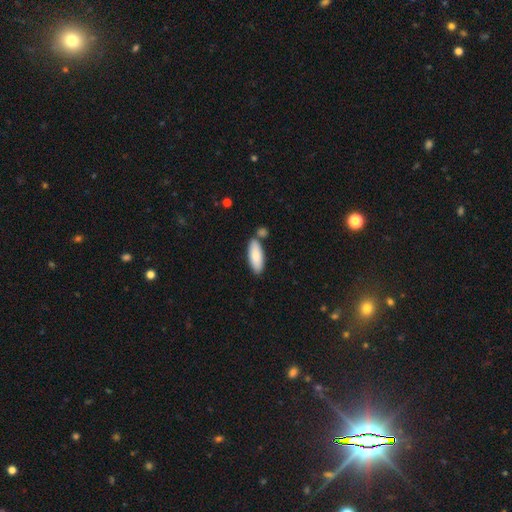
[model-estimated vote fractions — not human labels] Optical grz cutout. It shows a smooth galaxy with no disk features (86%) that is in between round and cigar-shaped (74%). Merging: none (70%).